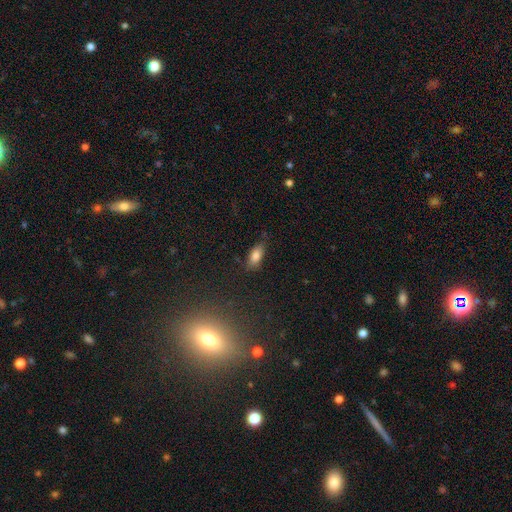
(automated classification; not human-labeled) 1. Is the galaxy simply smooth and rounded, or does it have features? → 81% smooth, 9% featured or disk, 9% star or artifact.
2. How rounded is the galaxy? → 86% in between, 11% cigar-shaped, 3% round.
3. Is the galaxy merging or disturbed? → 79% none, 16% minor disturbance, 3% major disturbance, 2% merger.